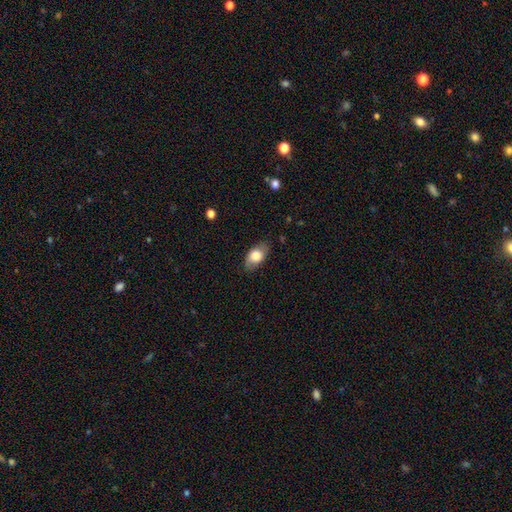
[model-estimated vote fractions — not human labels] Morphology: type=smooth (75%); roundness=in between (89%); merging=none (80%).